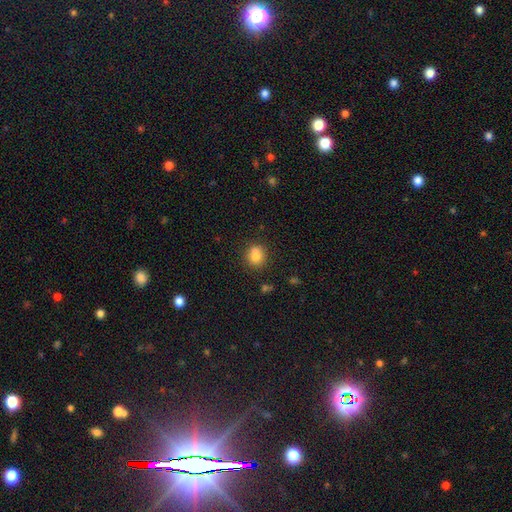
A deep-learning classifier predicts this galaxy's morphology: A smooth galaxy with no disk features (80%) that is round (73%). Merging: none (70%).